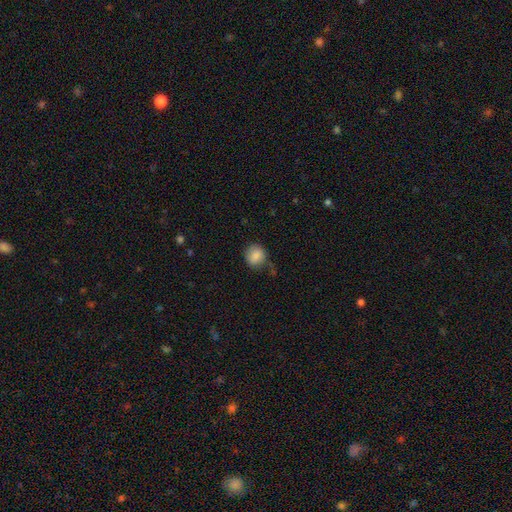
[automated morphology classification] A smooth galaxy with no disk features (86%) that is round (76%).

Vote fractions:
- Smooth or featured? smooth: 86% / star or artifact: 8% / featured or disk: 6%
- How rounded? round: 76% / in between: 23% / cigar-shaped: 1%
- Merging? none: 73% / minor disturbance: 19% / major disturbance: 5% / merger: 3%